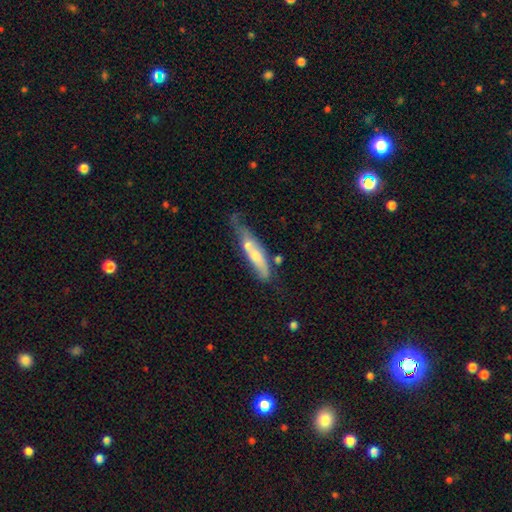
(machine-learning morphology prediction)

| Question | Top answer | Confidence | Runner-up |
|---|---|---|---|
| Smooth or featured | smooth | 48% | featured or disk (46%) |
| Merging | none | 34% | minor disturbance (26%) |